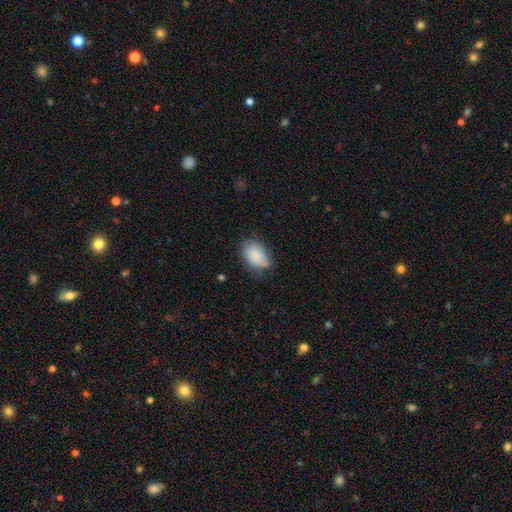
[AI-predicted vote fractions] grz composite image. It shows a smooth galaxy with no disk features (86%) that is in between round and cigar-shaped (87%). Merging: none (67%).